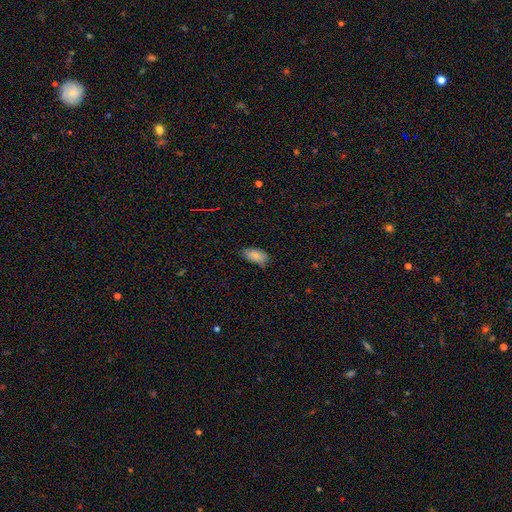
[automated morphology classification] Smooth or featured: smooth — 85% (star or artifact — 8%)
How rounded: in between — 93% (cigar-shaped — 4%)
Merging: none — 68% (minor disturbance — 26%)